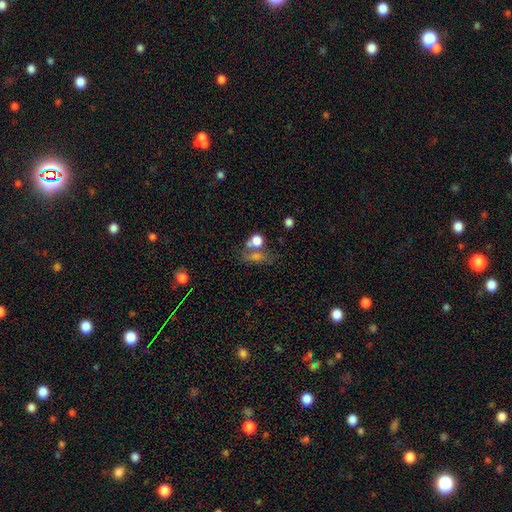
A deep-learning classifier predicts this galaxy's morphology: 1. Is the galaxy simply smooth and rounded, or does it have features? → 47% smooth, 29% star or artifact, 24% featured or disk.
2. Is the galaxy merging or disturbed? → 52% none, 25% merger, 14% minor disturbance, 9% major disturbance.